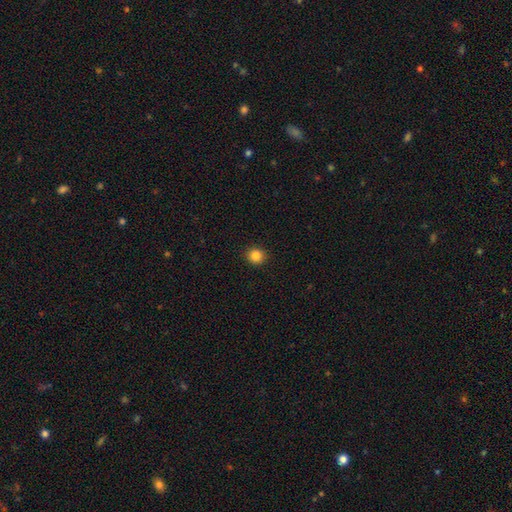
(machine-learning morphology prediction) Smooth or featured? Predicted: smooth (p=0.84). How rounded? Predicted: round (p=0.90). Merging? Predicted: none (p=0.92).